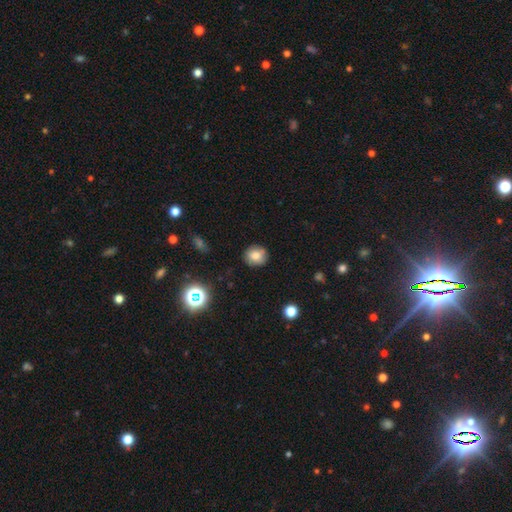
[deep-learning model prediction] Q: Smooth or featured?
A: smooth (77%); runner-up: star or artifact (12%)
Q: How rounded?
A: round (82%); runner-up: in between (17%)
Q: Merging?
A: none (83%); runner-up: minor disturbance (12%)